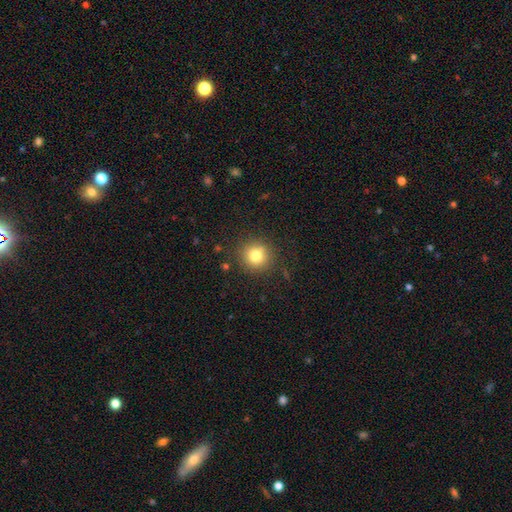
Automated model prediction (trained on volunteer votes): This is likely a smooth galaxy (78%). How rounded: clearly round (93%). Merging: clearly none (86%).